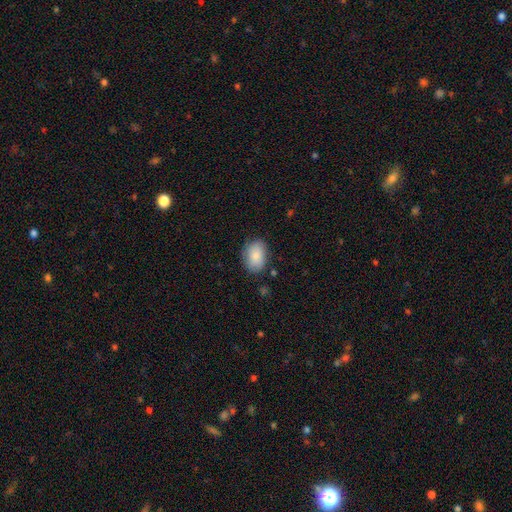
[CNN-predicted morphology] type=smooth (84%); roundness=in between (81%); merging=none (80%).